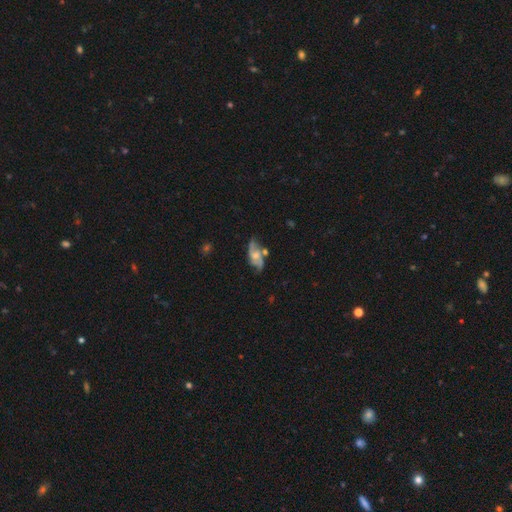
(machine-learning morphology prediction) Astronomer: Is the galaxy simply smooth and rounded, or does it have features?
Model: featured or disk — 69%.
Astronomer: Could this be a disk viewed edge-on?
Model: no — 92%.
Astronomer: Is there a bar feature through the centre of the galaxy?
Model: no — 65%.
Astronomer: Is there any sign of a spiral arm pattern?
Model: yes — 85%.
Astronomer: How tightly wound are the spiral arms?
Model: loose — 43% (runner-up: medium, 40%).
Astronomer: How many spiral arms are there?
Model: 2 — 69%.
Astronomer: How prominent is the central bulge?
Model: moderate — 50% (runner-up: small, 42%).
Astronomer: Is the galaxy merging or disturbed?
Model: none — 55%.